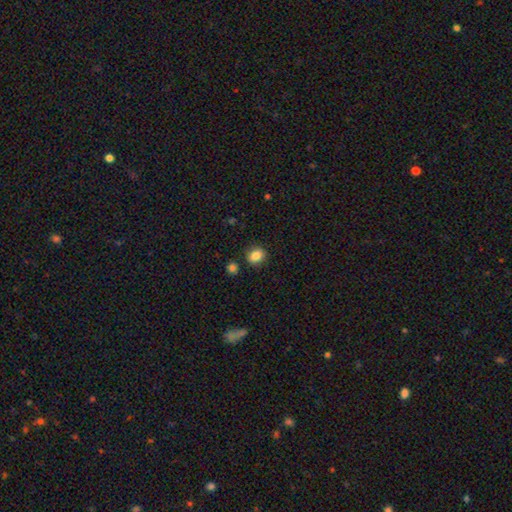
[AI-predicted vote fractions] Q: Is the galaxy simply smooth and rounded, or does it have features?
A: smooth — 85%.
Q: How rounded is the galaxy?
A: round — 56%.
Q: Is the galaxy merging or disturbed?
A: none — 85%.